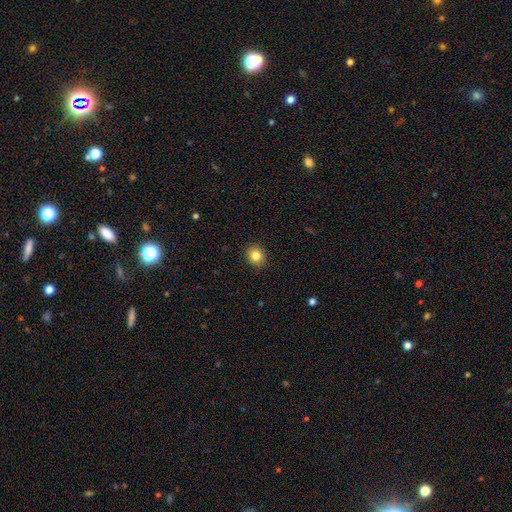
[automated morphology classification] type=smooth (83%); roundness=round (74%); merging=none (90%).